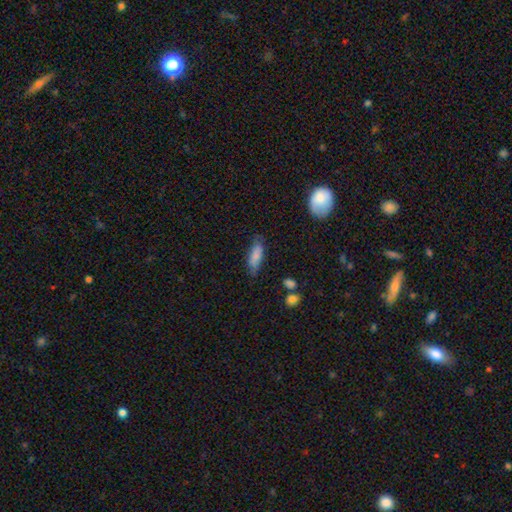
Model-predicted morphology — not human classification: Smooth or featured? Predicted: smooth (p=0.80). How rounded? Predicted: in between (p=0.60). Merging? Predicted: none (p=0.70).